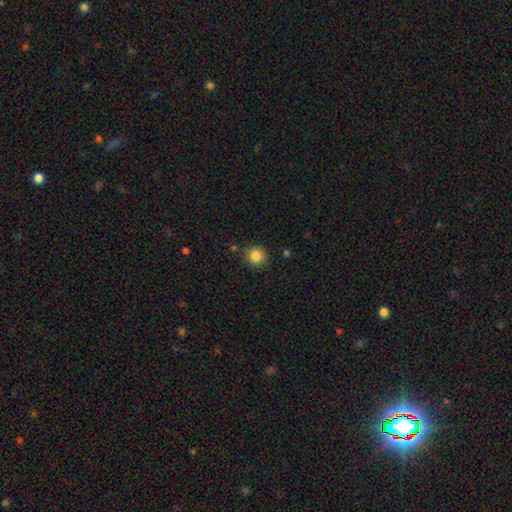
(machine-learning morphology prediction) smooth_or_featured: smooth (p=0.84) [alt: star or artifact p=0.11]
how_rounded: round (p=0.92) [alt: in between p=0.07]
merging: none (p=0.87) [alt: minor disturbance p=0.08]